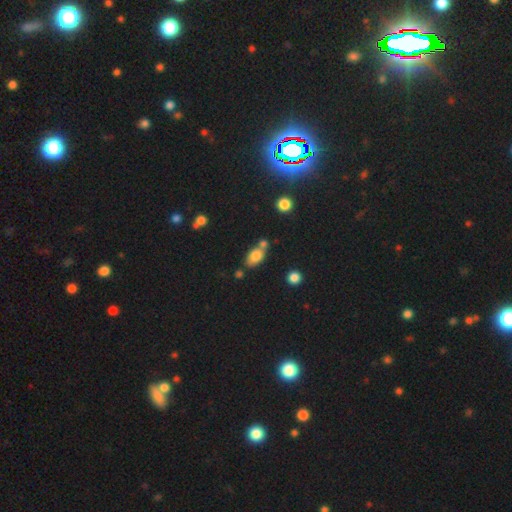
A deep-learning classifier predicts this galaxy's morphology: Q: Smooth or featured?
A: smooth (79%); runner-up: featured or disk (12%)
Q: How rounded?
A: in between (85%); runner-up: round (11%)
Q: Merging?
A: none (54%); runner-up: merger (28%)